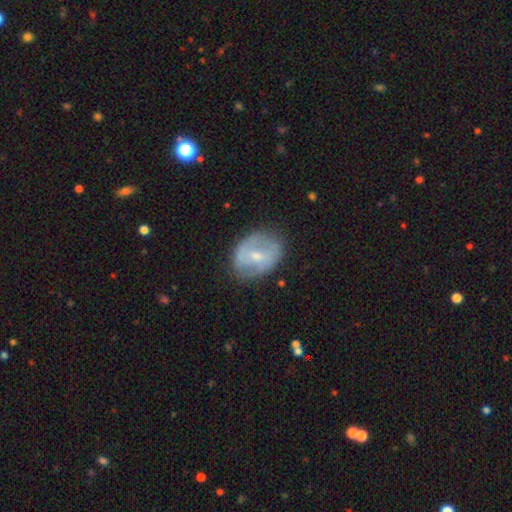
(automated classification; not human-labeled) smooth_or_featured: featured or disk (p=0.58) [alt: smooth p=0.35]
disk_edge_on: no (p=0.96) [alt: yes p=0.04]
bar: weak (p=0.47) [alt: no p=0.35]
has_spiral_arms: yes (p=0.57) [alt: no p=0.43]
bulge_size: small (p=0.48) [alt: moderate p=0.47]
merging: none (p=0.71) [alt: minor disturbance p=0.20]